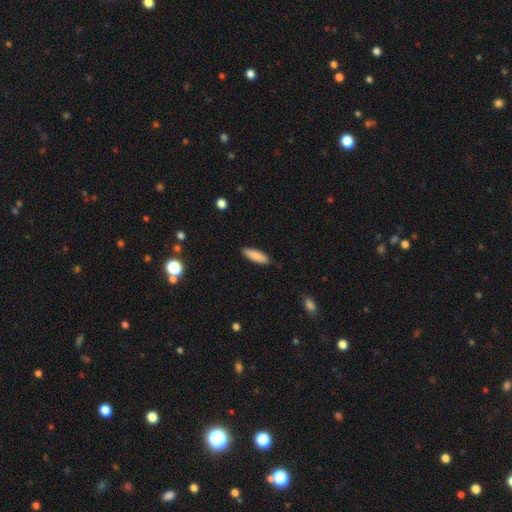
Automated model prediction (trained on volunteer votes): Smooth or featured? smooth (86%)
How rounded? cigar-shaped (52%)
Merging? none (87%)